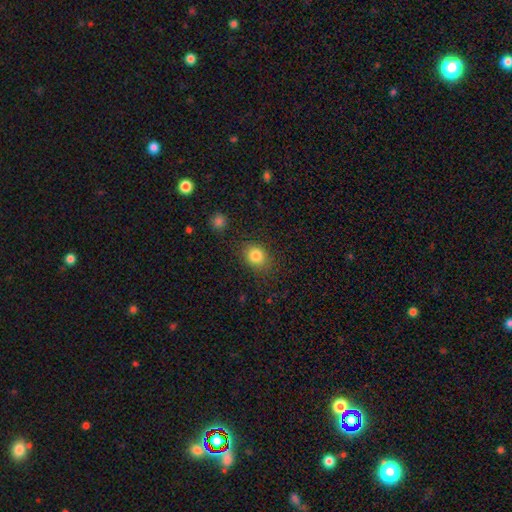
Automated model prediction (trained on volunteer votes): A smooth galaxy with no disk features (84%) that is round (57%).

Vote fractions:
- Smooth or featured? smooth: 84% / star or artifact: 10% / featured or disk: 6%
- How rounded? round: 57% / in between: 42% / cigar-shaped: 1%
- Merging? none: 81% / minor disturbance: 12% / major disturbance: 4% / merger: 3%